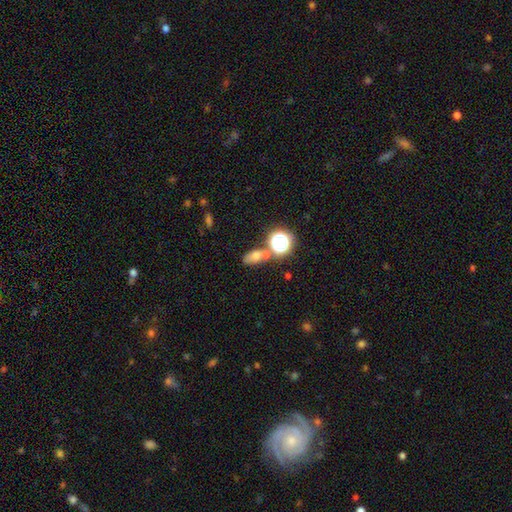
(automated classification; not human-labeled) Morphology: type=smooth (64%); roundness=in between (69%); merging=none (58%).